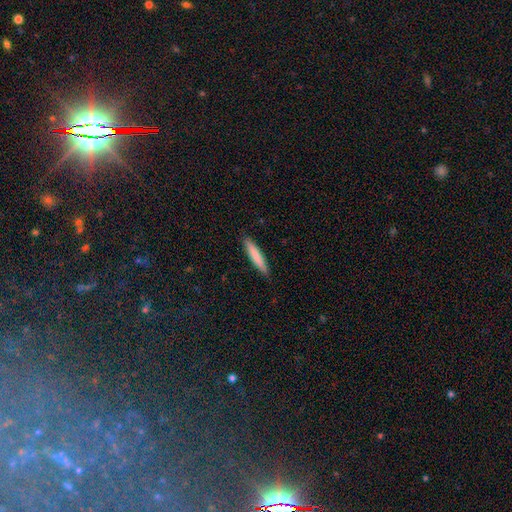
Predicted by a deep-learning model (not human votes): This is likely a smooth galaxy (79%). How rounded: clearly cigar-shaped (91%). Merging: clearly none (89%).